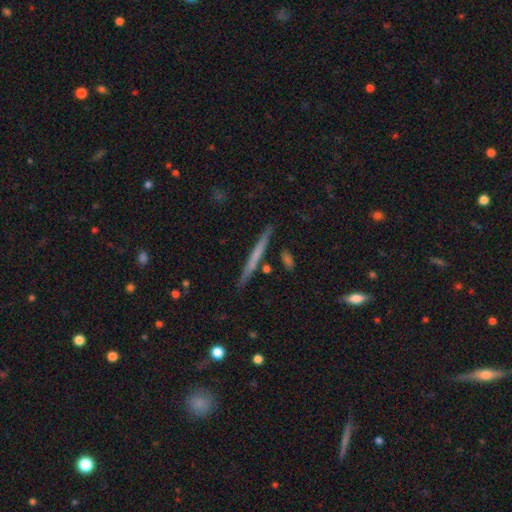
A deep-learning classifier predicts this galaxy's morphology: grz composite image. It shows a smooth galaxy with no disk features (48%). Merging: none (89%).